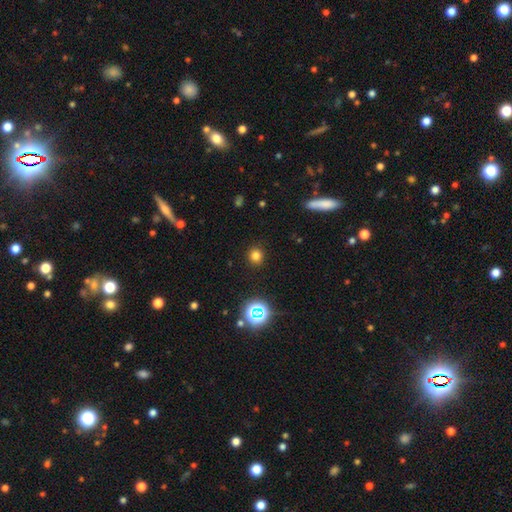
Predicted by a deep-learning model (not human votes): A smooth galaxy with no disk features (77%) that is round (91%). Merging: none (91%).